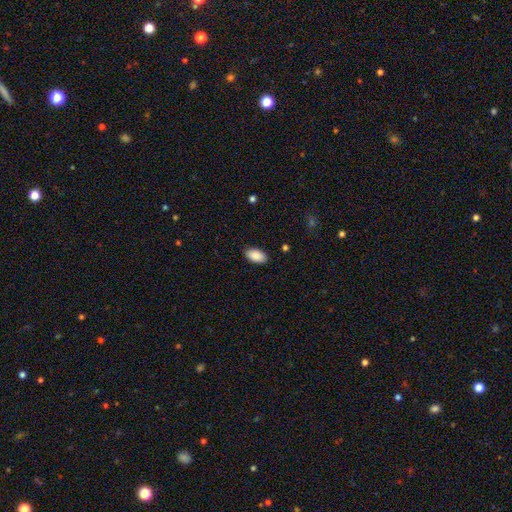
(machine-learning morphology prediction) This appears to be a smooth galaxy with no disk features (89%) that is in between round and cigar-shaped (95%). Merging: none (88%).